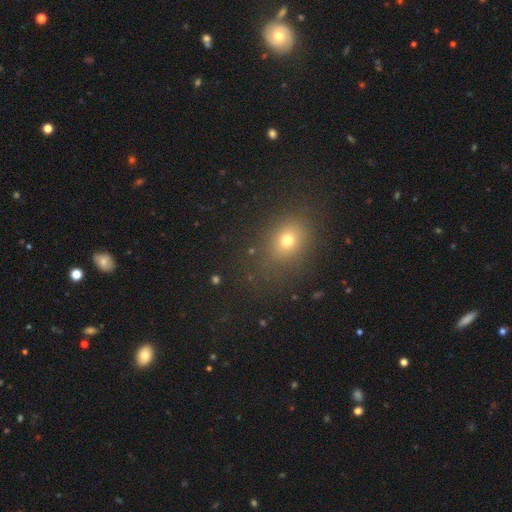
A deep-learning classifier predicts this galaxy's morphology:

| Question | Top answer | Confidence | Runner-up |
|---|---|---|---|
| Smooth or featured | smooth | 64% | star or artifact (27%) |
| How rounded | round | 50% | in between (48%) |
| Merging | none | 83% | minor disturbance (10%) |